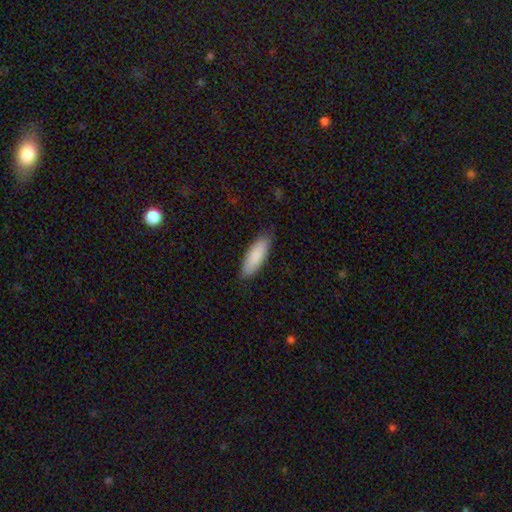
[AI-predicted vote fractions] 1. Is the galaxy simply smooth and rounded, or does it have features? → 88% smooth, 7% featured or disk, 5% star or artifact.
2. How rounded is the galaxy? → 57% in between, 42% cigar-shaped, 1% round.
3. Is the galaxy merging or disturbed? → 84% none, 13% minor disturbance, 2% major disturbance, 1% merger.